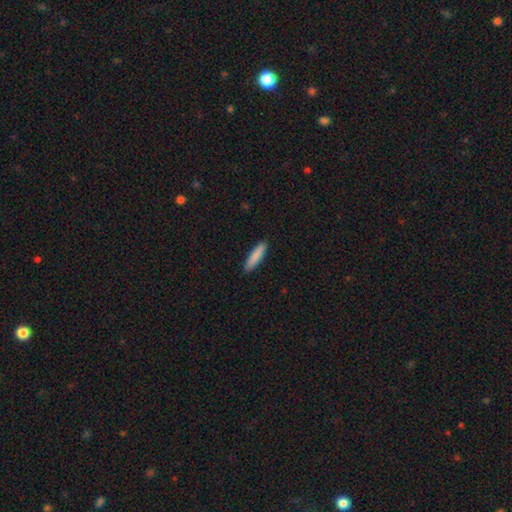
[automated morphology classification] Smooth or featured? Predicted: smooth (p=0.87). How rounded? Predicted: cigar-shaped (p=0.82). Merging? Predicted: none (p=0.91).